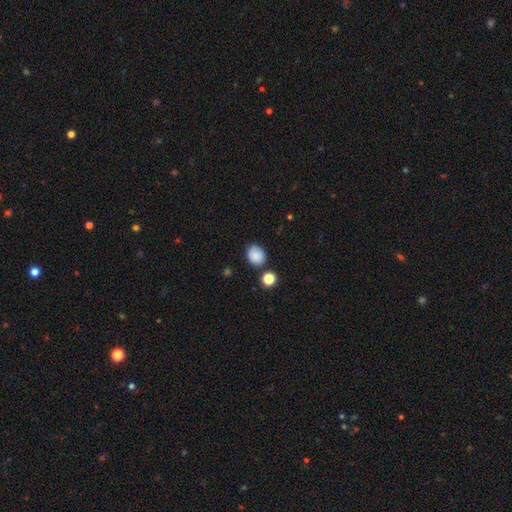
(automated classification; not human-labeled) Morphology: type=smooth (87%); roundness=round (64%); merging=none (78%).